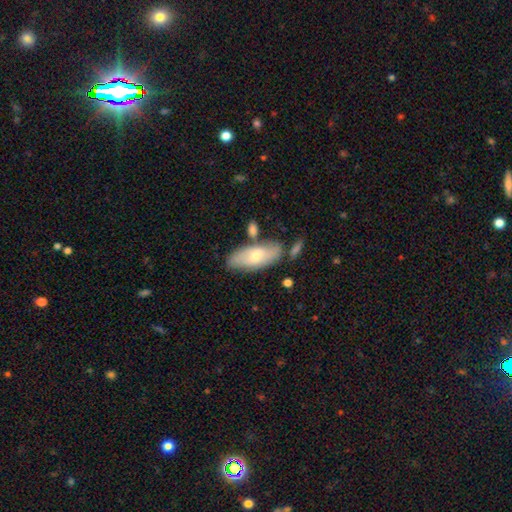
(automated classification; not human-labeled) Smooth or featured?
  - smooth: 61% *
  - featured or disk: 33%
  - star or artifact: 6%
How rounded?
  - in between: 80% *
  - cigar-shaped: 17%
  - round: 2%
Merging?
  - none: 69% *
  - minor disturbance: 17%
  - merger: 10%
  - major disturbance: 4%